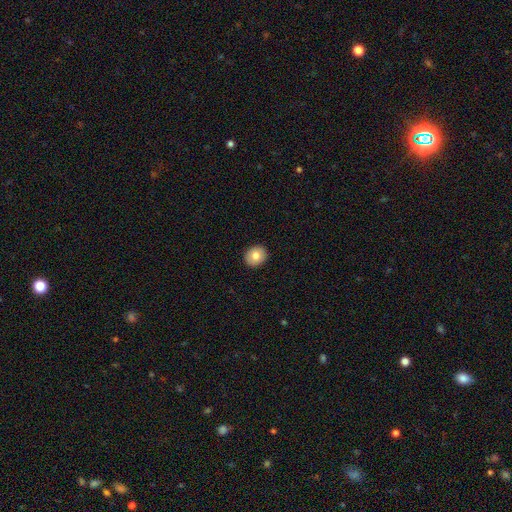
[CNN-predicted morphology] This is likely a smooth galaxy (79%). How rounded: likely round (76%). Merging: clearly none (92%).